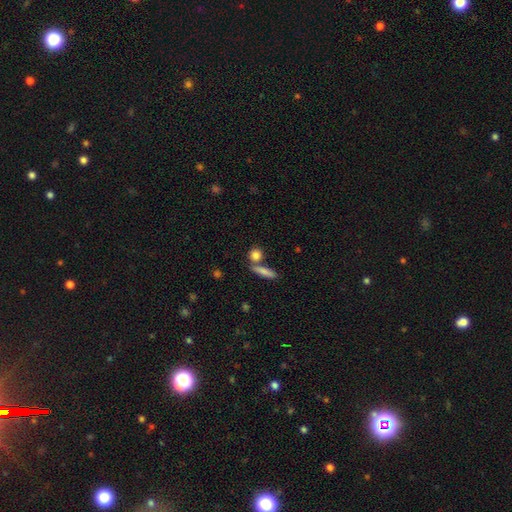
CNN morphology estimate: Smooth or featured? Predicted: smooth (p=0.83). How rounded? Predicted: round (p=0.60). Merging? Predicted: none (p=0.65).